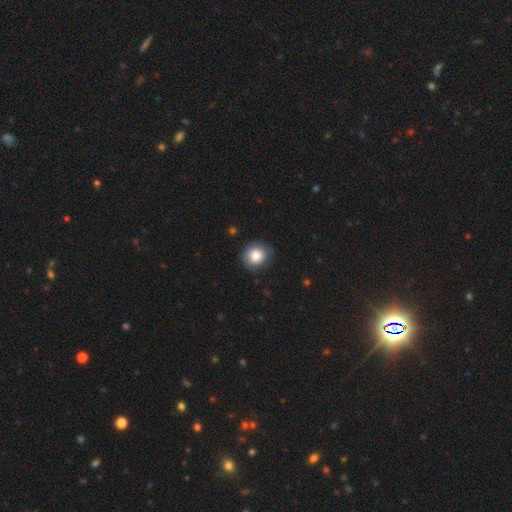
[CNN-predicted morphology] The model was most divided on "smooth or featured": smooth: 82%, star or artifact: 9%, featured or disk: 8%. More confident: how rounded — round (87%); merging — none (85%).